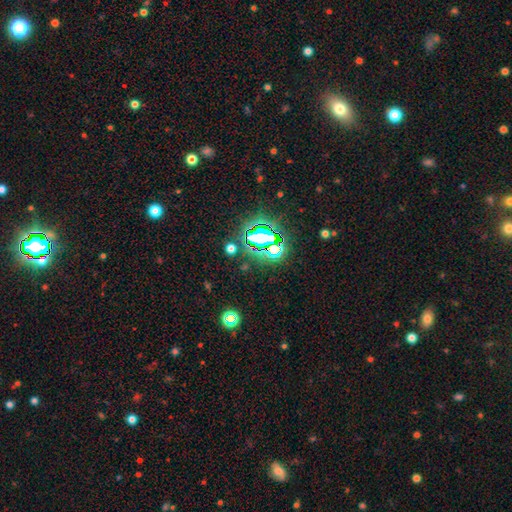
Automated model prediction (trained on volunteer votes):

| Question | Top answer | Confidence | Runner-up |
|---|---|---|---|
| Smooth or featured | star or artifact | 79% | smooth (13%) |